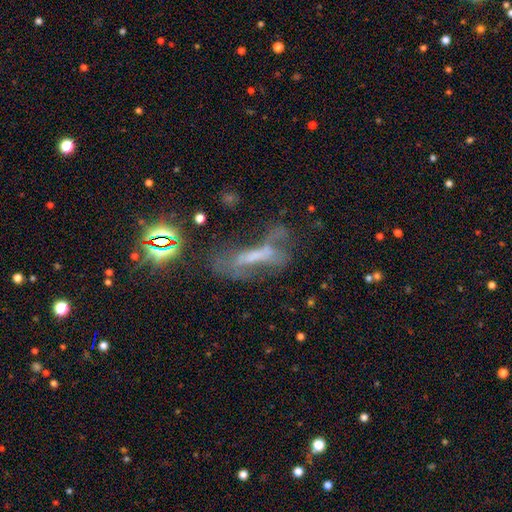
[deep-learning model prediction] This appears to be a featured or disk galaxy (46%). Merging: major disturbance (35%).